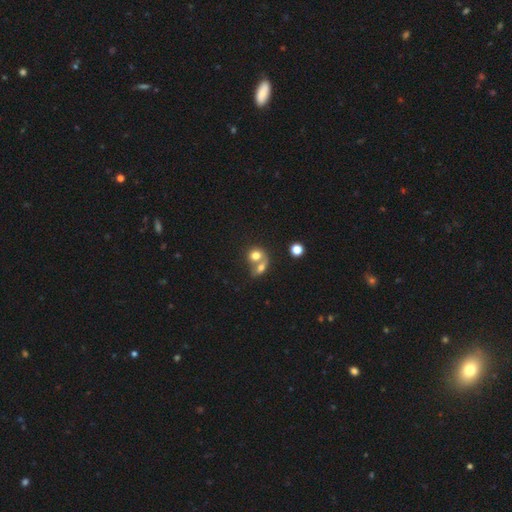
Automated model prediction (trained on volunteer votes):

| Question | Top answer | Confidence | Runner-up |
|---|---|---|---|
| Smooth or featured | smooth | 72% | featured or disk (18%) |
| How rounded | round | 62% | in between (36%) |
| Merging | merger | 68% | none (21%) |